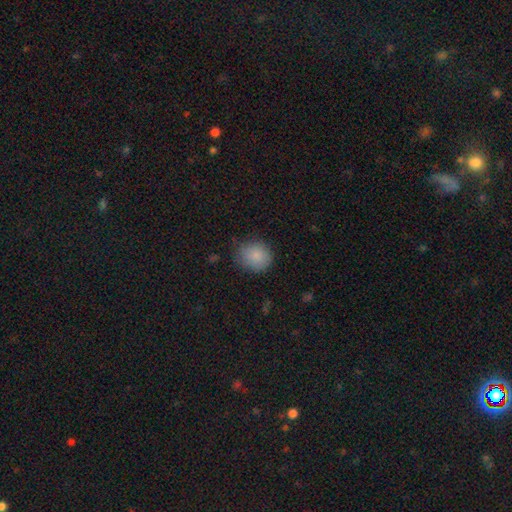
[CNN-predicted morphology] Smooth or featured?
  - smooth: 86% *
  - star or artifact: 8%
  - featured or disk: 6%
How rounded?
  - round: 77% *
  - in between: 22%
  - cigar-shaped: 1%
Merging?
  - none: 76% *
  - minor disturbance: 19%
  - major disturbance: 4%
  - merger: 1%